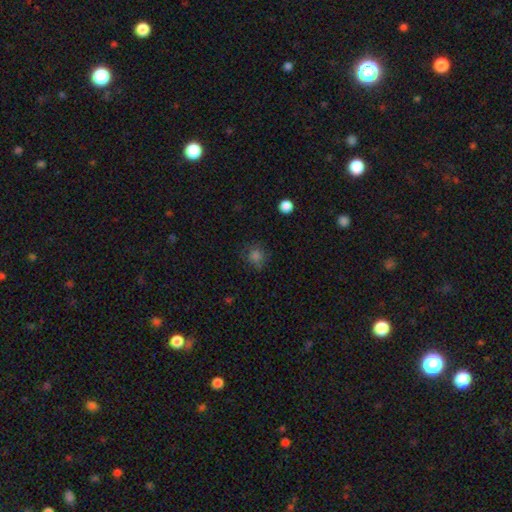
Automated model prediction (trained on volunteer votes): Smooth or featured? Predicted: smooth (p=0.75). How rounded? Predicted: round (p=0.84). Merging? Predicted: none (p=0.75).